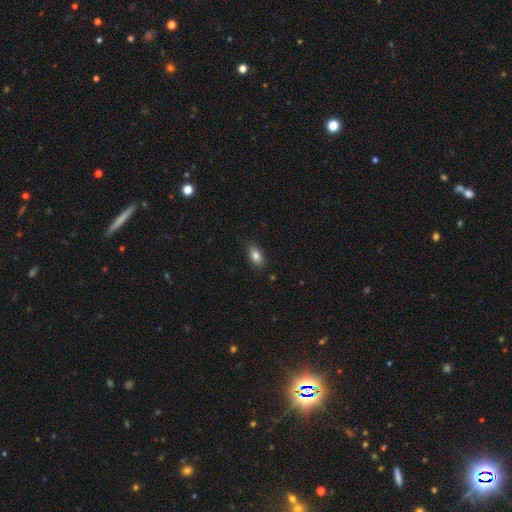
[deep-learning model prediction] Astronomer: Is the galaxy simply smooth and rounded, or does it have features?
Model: smooth — 82%.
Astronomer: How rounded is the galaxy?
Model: in between — 87%.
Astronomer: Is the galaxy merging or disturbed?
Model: none — 82%.